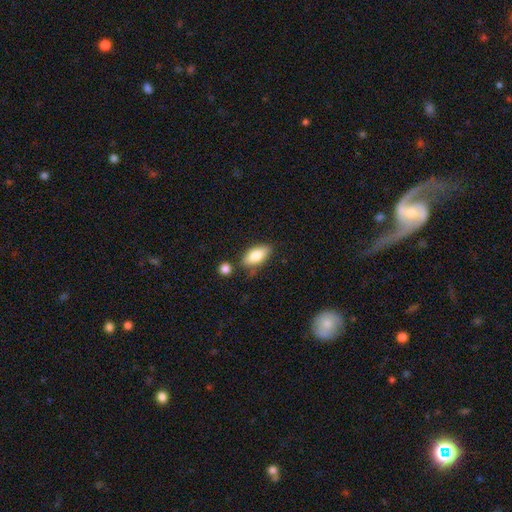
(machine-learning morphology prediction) Smooth or featured? Predicted: smooth (p=0.79). How rounded? Predicted: in between (p=0.88). Merging? Predicted: none (p=0.70).